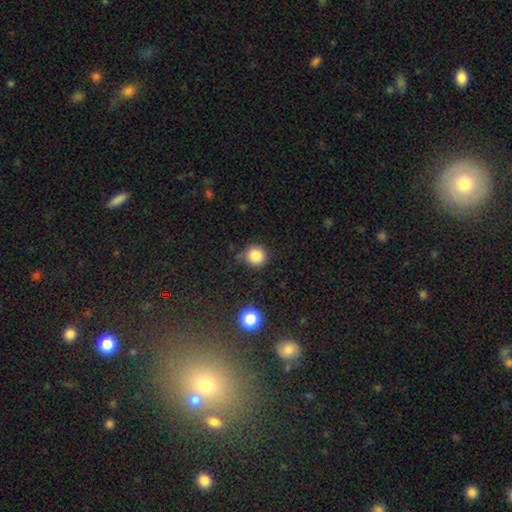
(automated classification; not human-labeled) smooth 85%, star or artifact 11%, featured or disk 4%. Down the decision tree: how rounded — round (94%); merging — none (79%).